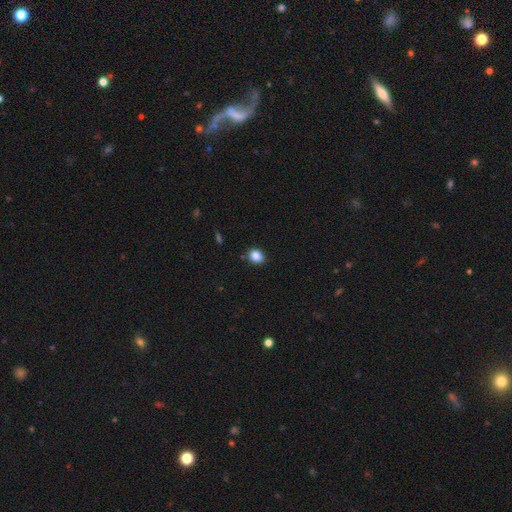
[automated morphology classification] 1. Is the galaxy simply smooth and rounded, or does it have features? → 85% smooth, 10% star or artifact, 5% featured or disk.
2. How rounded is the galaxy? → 60% round, 39% in between, 1% cigar-shaped.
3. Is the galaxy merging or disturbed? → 87% none, 10% minor disturbance, 2% major disturbance, 2% merger.